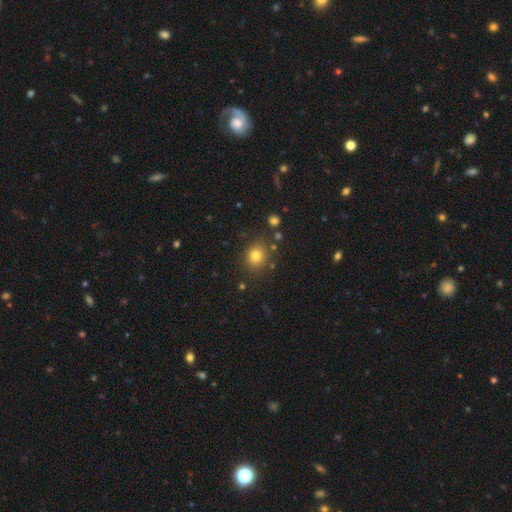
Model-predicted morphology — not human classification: The model was most divided on "how rounded": round: 76%, in between: 23%, cigar-shaped: 1%. More confident: merging — none (83%); smooth or featured — smooth (78%).